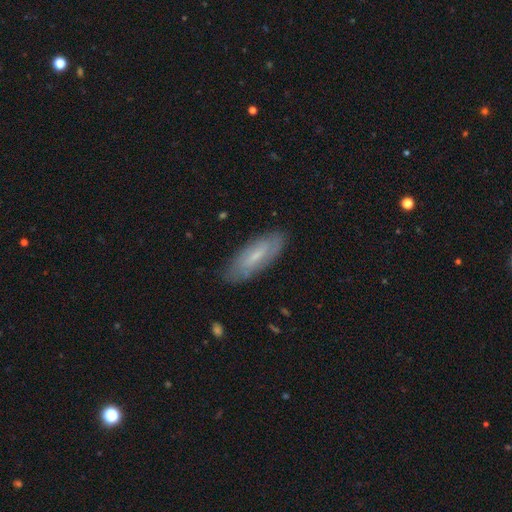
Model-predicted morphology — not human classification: smooth 52%, featured or disk 41%, star or artifact 7%. Down the decision tree: how rounded — in between (58%); merging — none (83%).